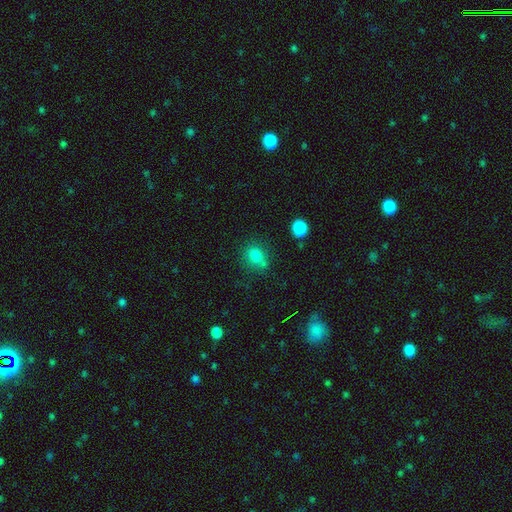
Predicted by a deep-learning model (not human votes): The model was most divided on "how rounded": round: 65%, in between: 34%, cigar-shaped: 1%. More confident: smooth or featured — smooth (79%); merging — none (61%).